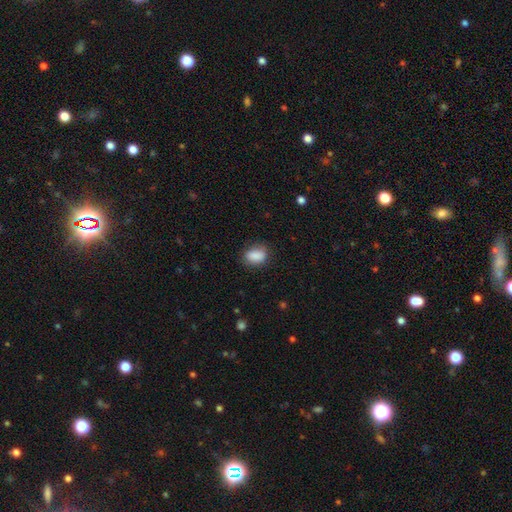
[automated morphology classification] This is clearly a smooth galaxy (88%). How rounded: clearly in between (80%). Merging: likely none (79%).